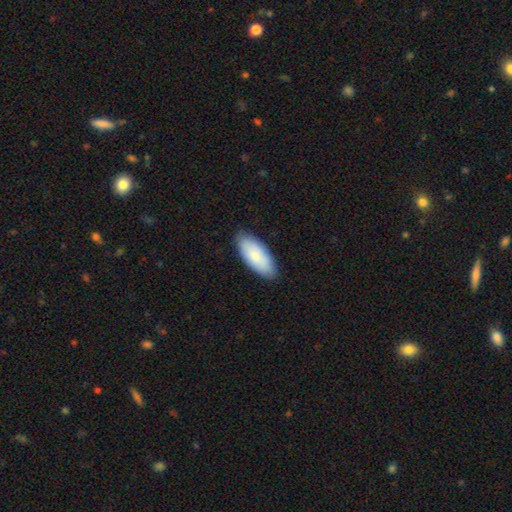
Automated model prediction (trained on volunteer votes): A smooth galaxy with no disk features (80%) that is in between round and cigar-shaped (86%).

Vote fractions:
- Smooth or featured? smooth: 80% / featured or disk: 15% / star or artifact: 5%
- How rounded? in between: 86% / cigar-shaped: 12% / round: 2%
- Merging? none: 85% / minor disturbance: 12% / major disturbance: 2% / merger: 1%